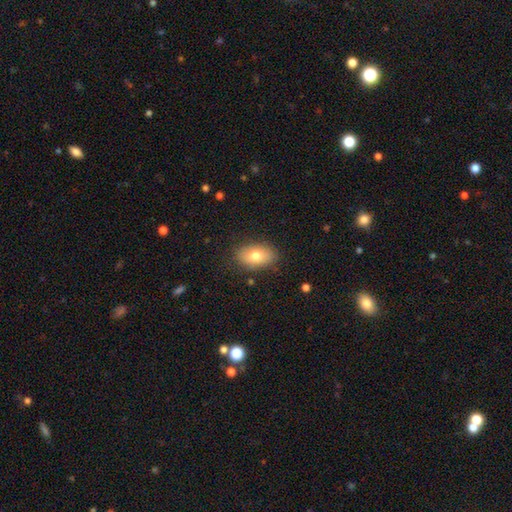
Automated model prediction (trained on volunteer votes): Smooth or featured: smooth — 77% (featured or disk — 16%)
How rounded: in between — 89% (round — 9%)
Merging: none — 83% (minor disturbance — 12%)